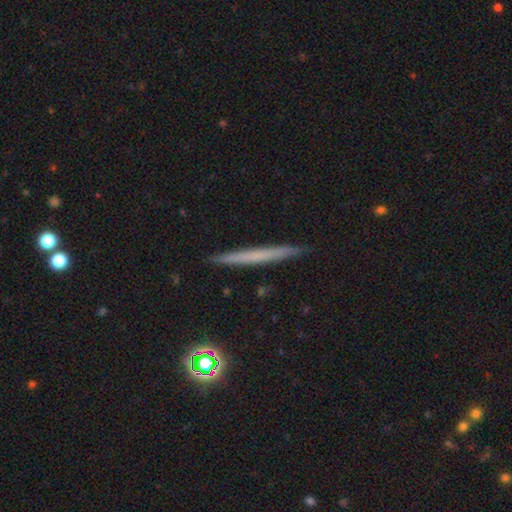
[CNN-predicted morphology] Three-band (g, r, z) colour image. It shows a smooth galaxy with no disk features (52%) that is cigar-shaped (96%). Merging: none (91%).